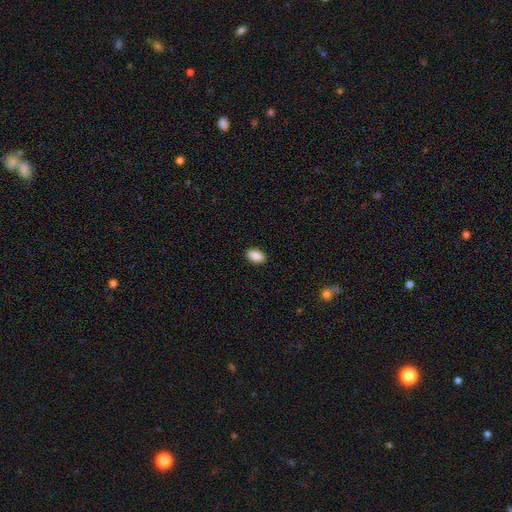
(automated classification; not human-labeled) Smooth or featured? smooth (89%)
How rounded? in between (93%)
Merging? none (90%)